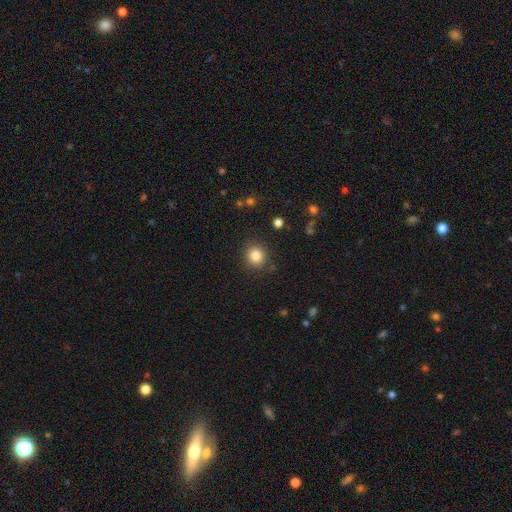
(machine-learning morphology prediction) smooth 83%, star or artifact 11%, featured or disk 6%. Down the decision tree: how rounded — round (89%); merging — none (88%).